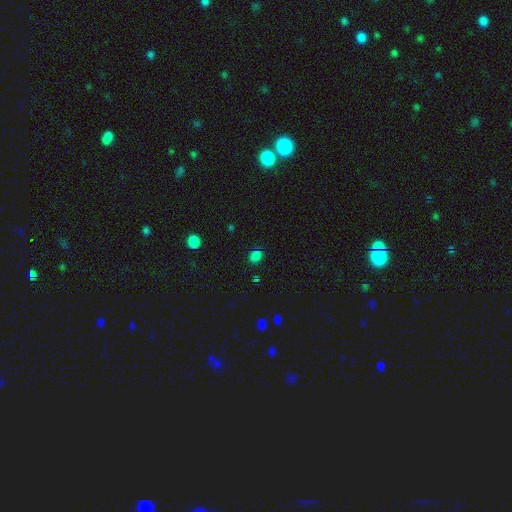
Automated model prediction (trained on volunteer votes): Overall: smooth (78%). How rounded: round (64%; in between 35%). Merging: none (83%).